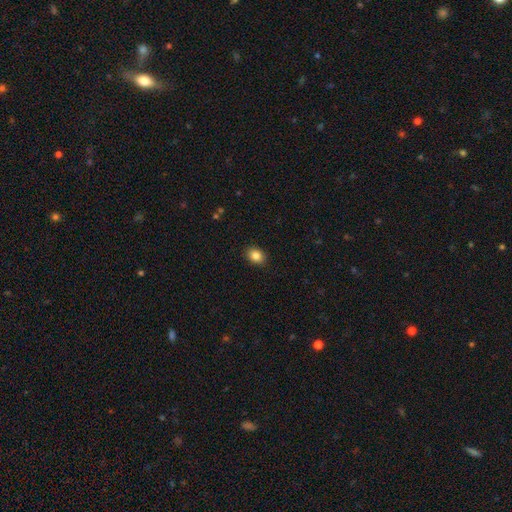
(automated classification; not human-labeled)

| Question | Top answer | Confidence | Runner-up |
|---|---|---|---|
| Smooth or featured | smooth | 86% | star or artifact (10%) |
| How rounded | in between | 59% | round (40%) |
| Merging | none | 90% | minor disturbance (7%) |